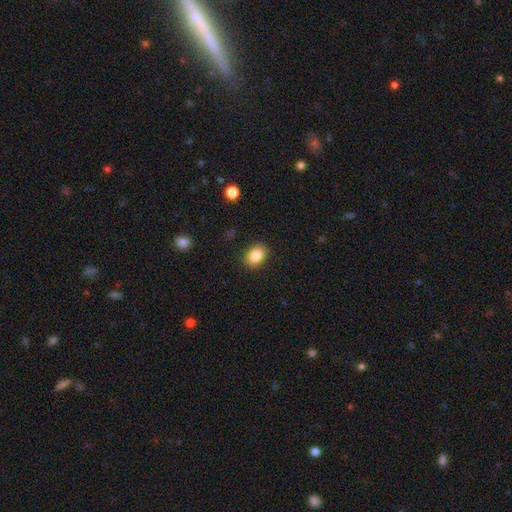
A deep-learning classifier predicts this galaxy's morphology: Smooth or featured: smooth — 86% (star or artifact — 9%)
How rounded: in between — 71% (round — 28%)
Merging: none — 88% (minor disturbance — 9%)